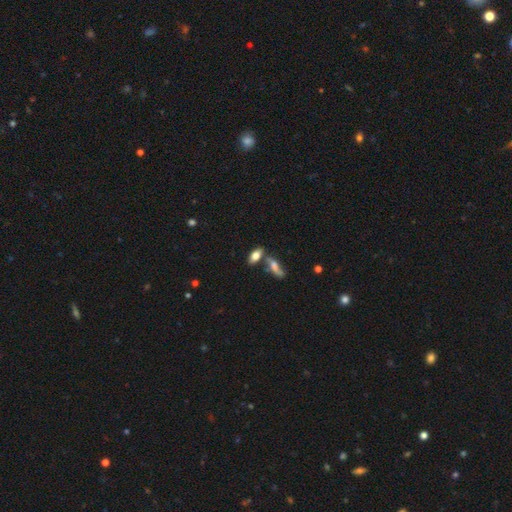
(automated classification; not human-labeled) A smooth galaxy with no disk features (70%) that is in between round and cigar-shaped (81%).

Vote fractions:
- Smooth or featured? smooth: 70% / featured or disk: 22% / star or artifact: 8%
- How rounded? in between: 81% / cigar-shaped: 15% / round: 4%
- Merging? none: 56% / merger: 28% / minor disturbance: 12% / major disturbance: 4%